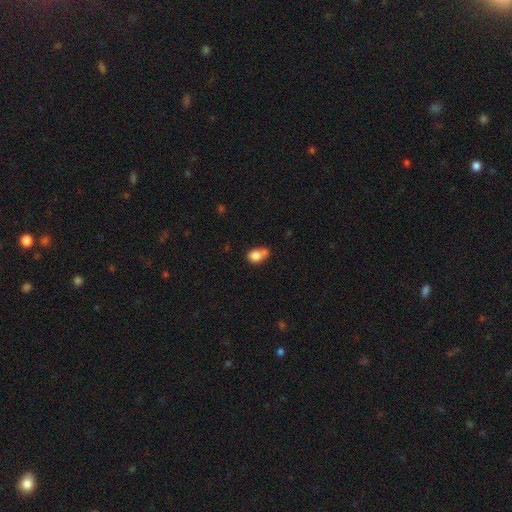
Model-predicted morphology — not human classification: This appears to be a smooth galaxy with no disk features (79%) that is in between round and cigar-shaped (68%). Merging: none (36%).